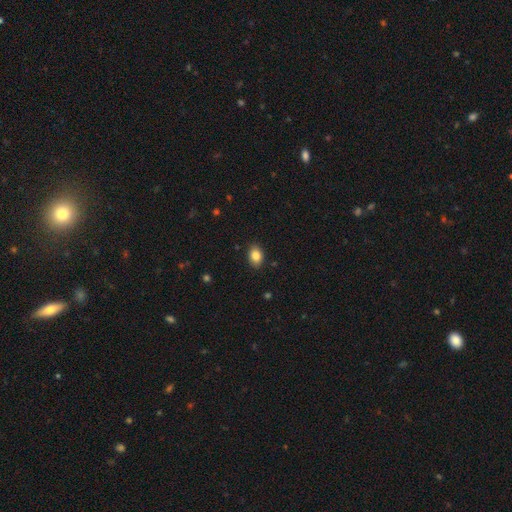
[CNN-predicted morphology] Smooth or featured? smooth (85%)
How rounded? in between (77%)
Merging? none (87%)